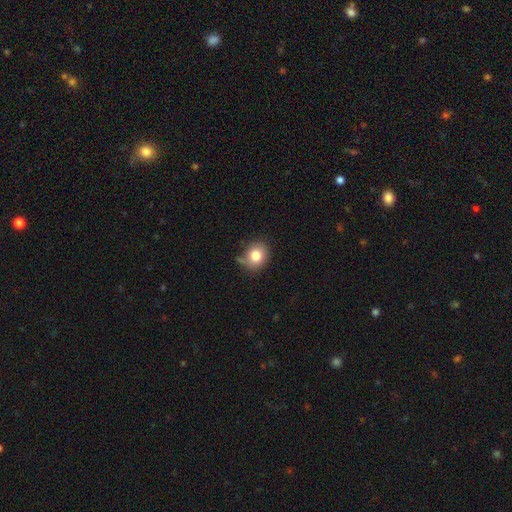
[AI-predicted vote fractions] smooth-or-featured: smooth: 81% | star or artifact: 10% | featured or disk: 9%
  how-rounded: round: 70% | in between: 29% | cigar-shaped: 1%
  merging: none: 68% | minor disturbance: 22% | major disturbance: 6% | merger: 5%